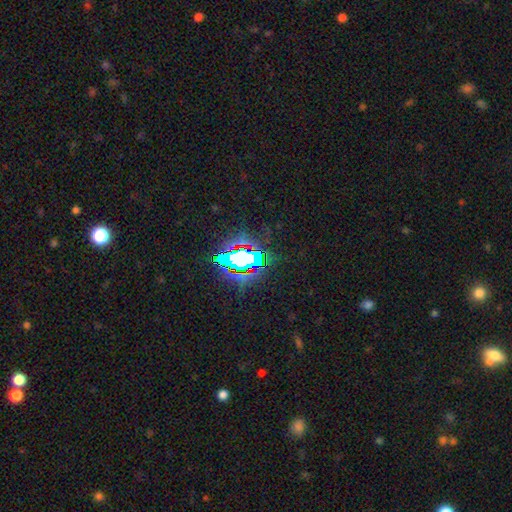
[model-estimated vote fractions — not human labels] Smooth or featured? Predicted: star or artifact (p=0.79).